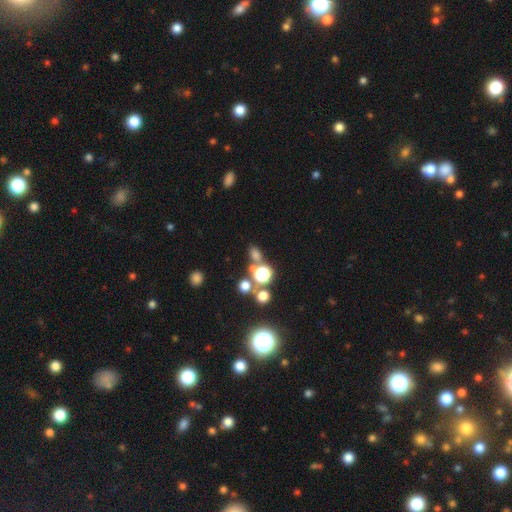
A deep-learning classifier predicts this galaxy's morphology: This is possibly a star or artifact rather than a galaxy (58%).